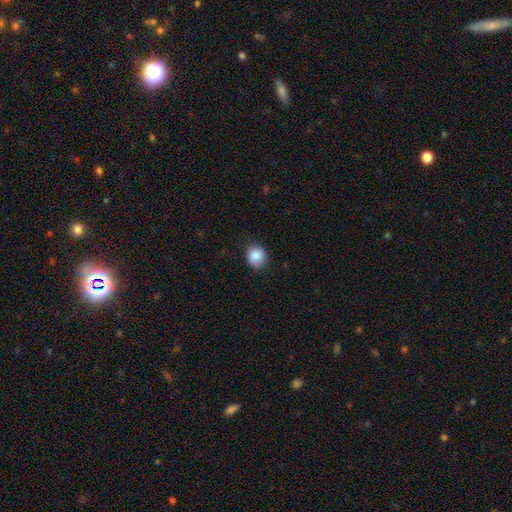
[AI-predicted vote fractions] smooth_or_featured: smooth (p=0.86) [alt: star or artifact p=0.09]
how_rounded: round (p=0.71) [alt: in between p=0.28]
merging: none (p=0.76) [alt: minor disturbance p=0.19]